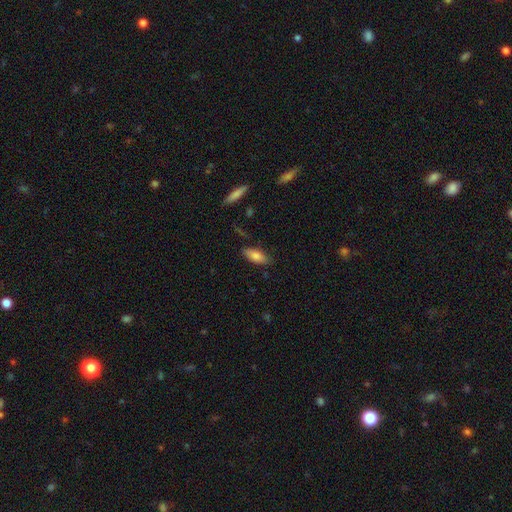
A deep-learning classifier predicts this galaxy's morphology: smooth_or_featured: smooth (p=0.79) [alt: featured or disk p=0.14]
how_rounded: in between (p=0.78) [alt: cigar-shaped p=0.20]
merging: none (p=0.81) [alt: minor disturbance p=0.14]